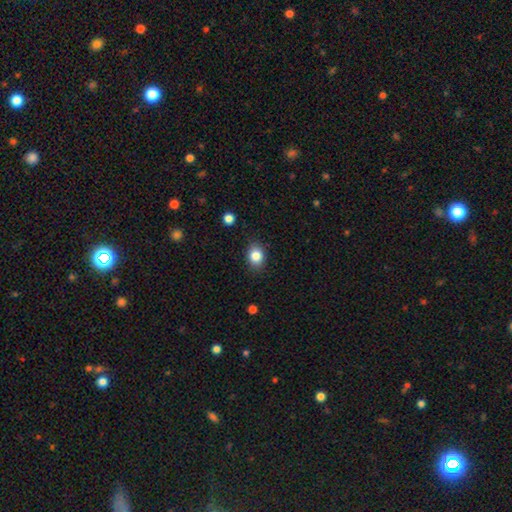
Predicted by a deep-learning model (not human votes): Q: Smooth or featured?
A: smooth (84%); runner-up: star or artifact (10%)
Q: How rounded?
A: in between (57%); runner-up: round (42%)
Q: Merging?
A: none (87%); runner-up: minor disturbance (10%)